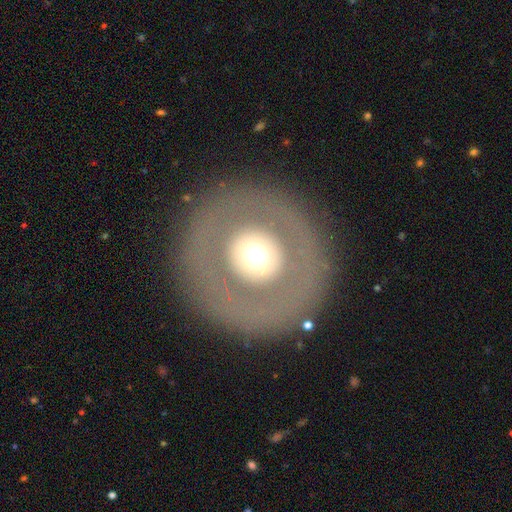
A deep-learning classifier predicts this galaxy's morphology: smooth 49%, featured or disk 43%, star or artifact 9%. Down the decision tree: merging — none (85%).